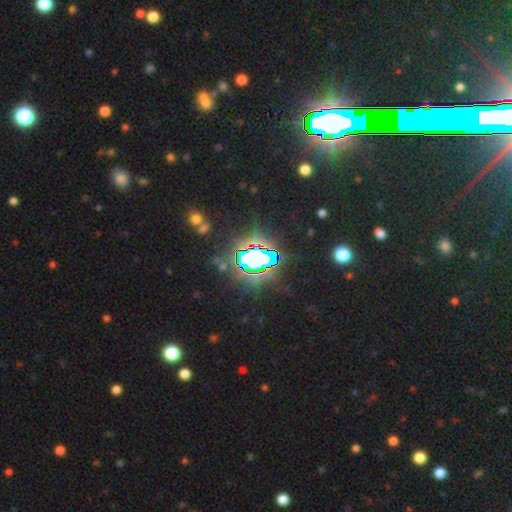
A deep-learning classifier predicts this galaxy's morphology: Overall: star or artifact (74%).